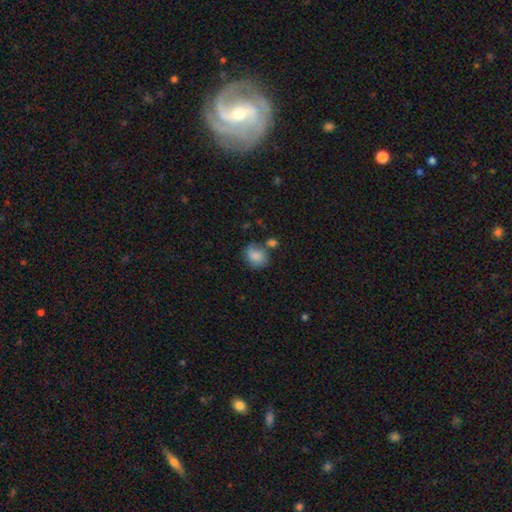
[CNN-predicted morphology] Smooth or featured?
  - smooth: 80% *
  - featured or disk: 12%
  - star or artifact: 8%
How rounded?
  - round: 58% *
  - in between: 41%
  - cigar-shaped: 1%
Merging?
  - none: 56% *
  - minor disturbance: 21%
  - merger: 15%
  - major disturbance: 8%